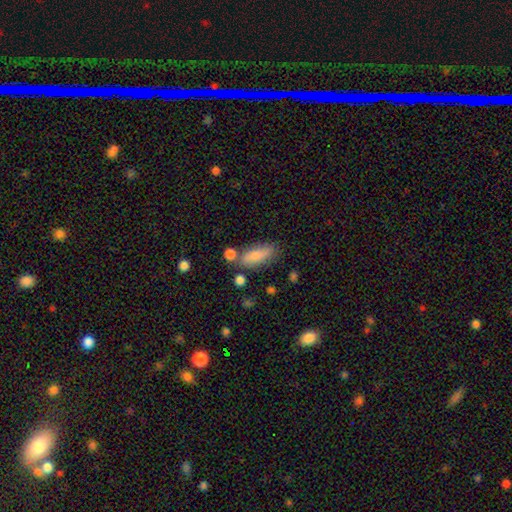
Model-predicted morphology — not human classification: Smooth or featured?
  - smooth: 76% *
  - featured or disk: 16%
  - star or artifact: 7%
How rounded?
  - in between: 72% *
  - cigar-shaped: 24%
  - round: 4%
Merging?
  - none: 61% *
  - minor disturbance: 19%
  - merger: 14%
  - major disturbance: 6%